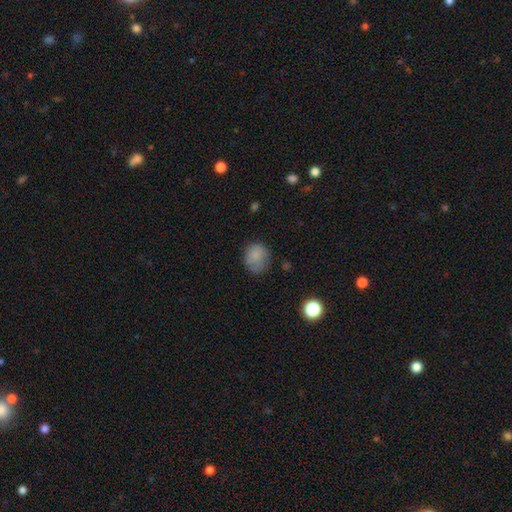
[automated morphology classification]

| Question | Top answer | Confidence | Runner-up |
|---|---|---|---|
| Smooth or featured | smooth | 81% | star or artifact (10%) |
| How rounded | round | 77% | in between (22%) |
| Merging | none | 66% | minor disturbance (24%) |